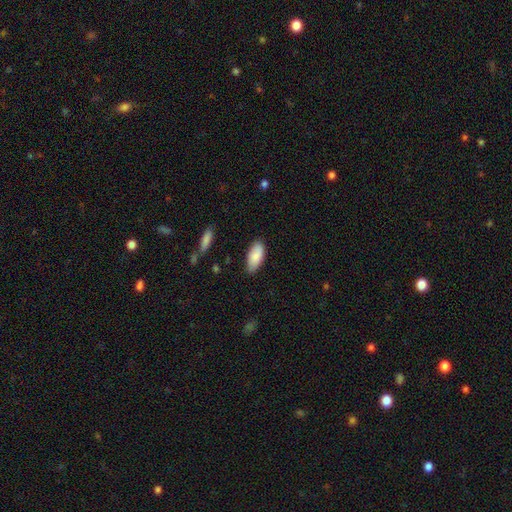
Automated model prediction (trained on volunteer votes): The model was most divided on "merging": none: 80%, minor disturbance: 16%, major disturbance: 3%, merger: 1%. More confident: how rounded — in between (89%); smooth or featured — smooth (86%).